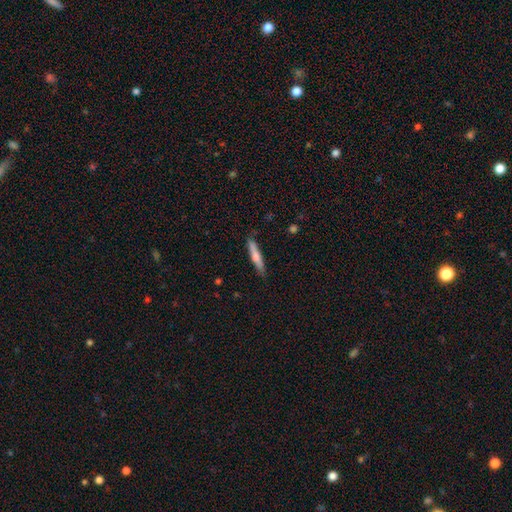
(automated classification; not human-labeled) Smooth or featured: smooth — 62% (featured or disk — 33%)
How rounded: cigar-shaped — 91% (in between — 7%)
Merging: none — 86% (minor disturbance — 11%)